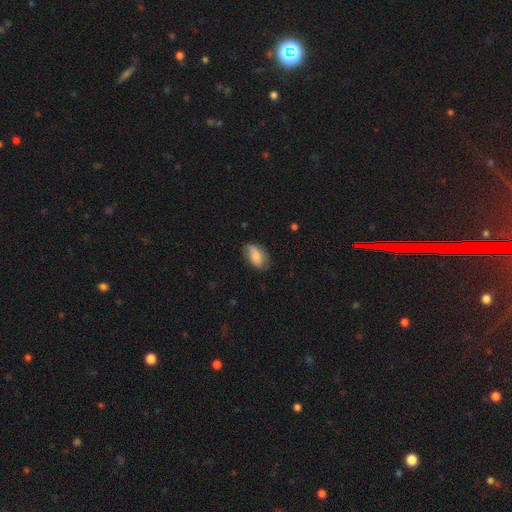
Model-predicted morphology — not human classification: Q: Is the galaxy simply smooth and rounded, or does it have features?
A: smooth — 70%.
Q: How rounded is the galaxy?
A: in between — 91%.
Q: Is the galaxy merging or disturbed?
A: none — 60%.